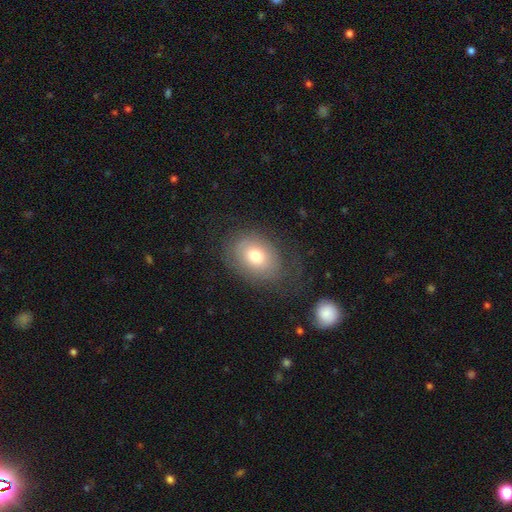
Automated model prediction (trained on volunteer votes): Smooth or featured: smooth — 63% (featured or disk — 28%)
How rounded: in between — 72% (round — 27%)
Merging: none — 64% (minor disturbance — 20%)